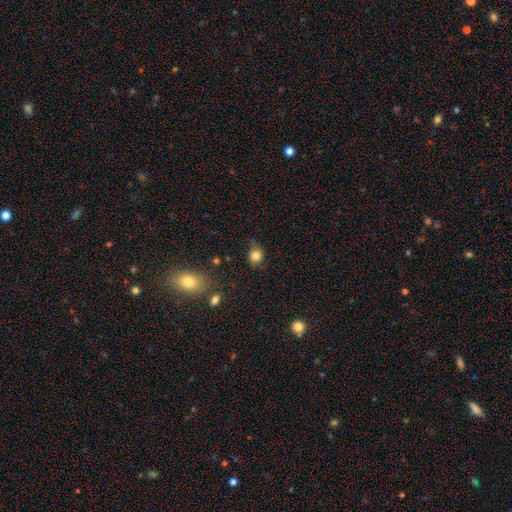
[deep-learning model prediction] smooth_or_featured: smooth (p=0.83) [alt: star or artifact p=0.11]
how_rounded: round (p=0.72) [alt: in between p=0.27]
merging: none (p=0.74) [alt: minor disturbance p=0.19]